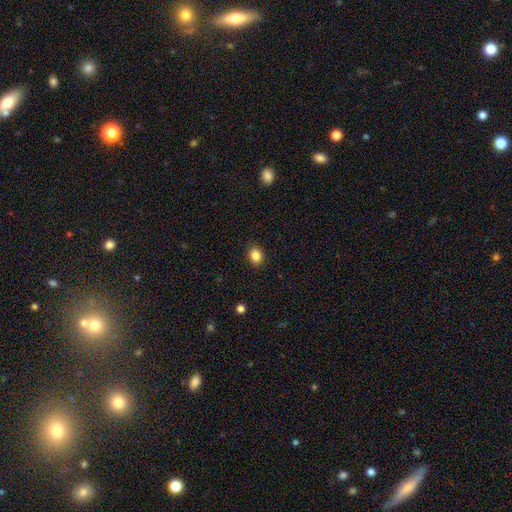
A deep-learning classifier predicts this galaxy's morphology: Q: Smooth or featured?
A: smooth (85%); runner-up: star or artifact (10%)
Q: How rounded?
A: round (51%); runner-up: in between (48%)
Q: Merging?
A: none (89%); runner-up: minor disturbance (8%)